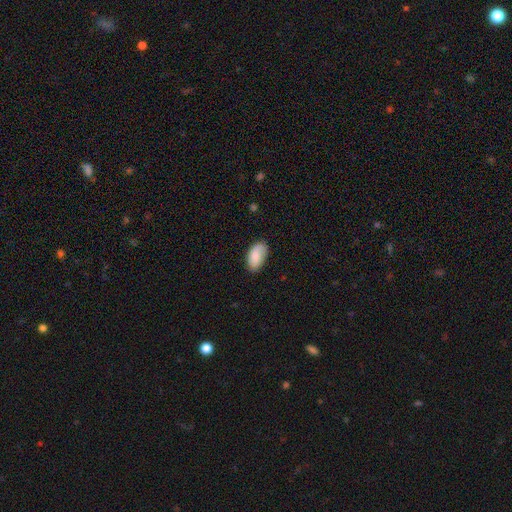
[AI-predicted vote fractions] The model was most divided on "merging": none: 75%, minor disturbance: 20%, major disturbance: 4%, merger: 1%. More confident: how rounded — in between (95%); smooth or featured — smooth (83%).